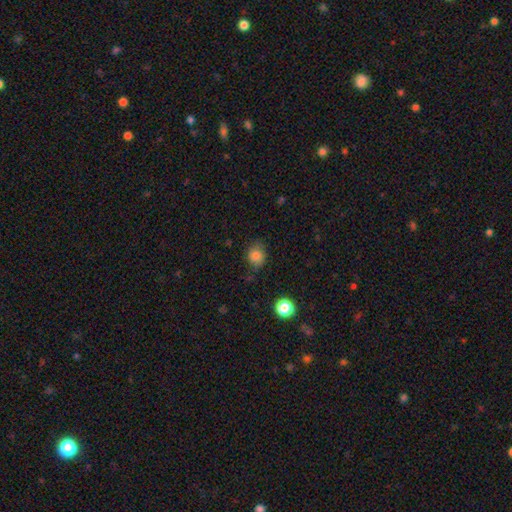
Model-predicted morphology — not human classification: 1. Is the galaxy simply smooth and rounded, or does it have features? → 81% smooth, 12% star or artifact, 7% featured or disk.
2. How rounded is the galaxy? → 71% round, 28% in between, 1% cigar-shaped.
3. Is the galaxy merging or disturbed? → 69% none, 23% minor disturbance, 6% major disturbance, 2% merger.